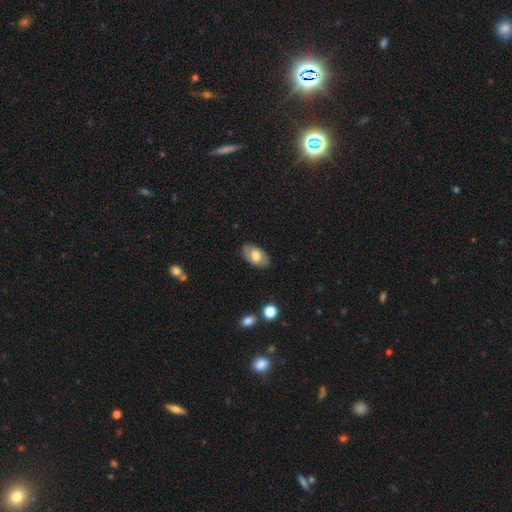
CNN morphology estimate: Smooth or featured? Predicted: smooth (p=0.64). How rounded? Predicted: in between (p=0.93). Merging? Predicted: none (p=0.83).